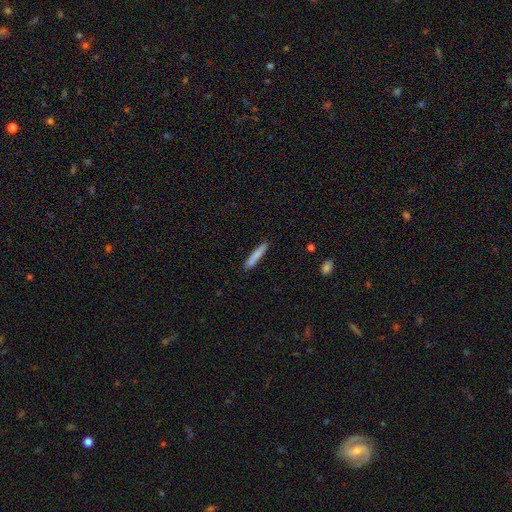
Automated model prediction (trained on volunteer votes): The model was most divided on "smooth or featured": smooth: 80%, featured or disk: 14%, star or artifact: 6%. More confident: how rounded — cigar-shaped (94%); merging — none (90%).